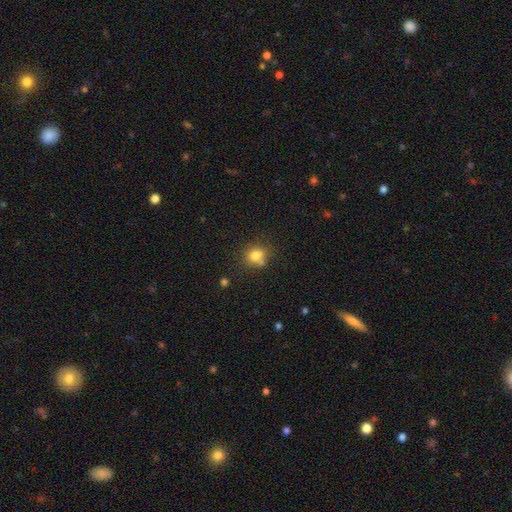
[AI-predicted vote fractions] Smooth or featured: smooth — 77% (star or artifact — 12%)
How rounded: round — 72% (in between — 27%)
Merging: none — 60% (merger — 19%)